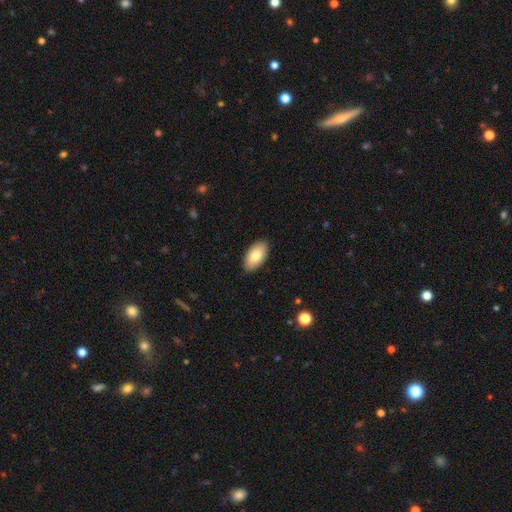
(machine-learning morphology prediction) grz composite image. It shows a smooth galaxy with no disk features (82%) that is in between round and cigar-shaped (95%). Merging: none (88%).